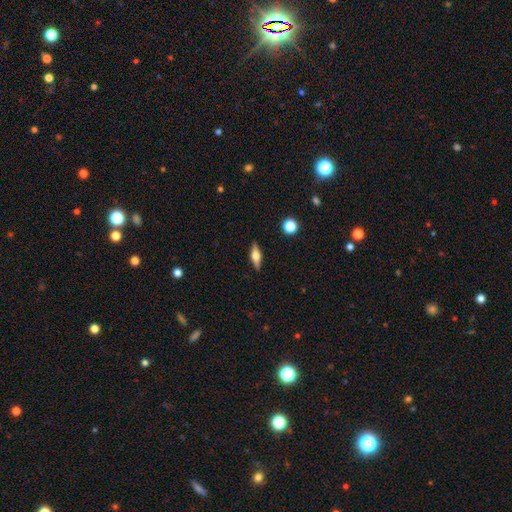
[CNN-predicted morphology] Smooth or featured? Predicted: featured or disk (p=0.49). Merging? Predicted: none (p=0.88).